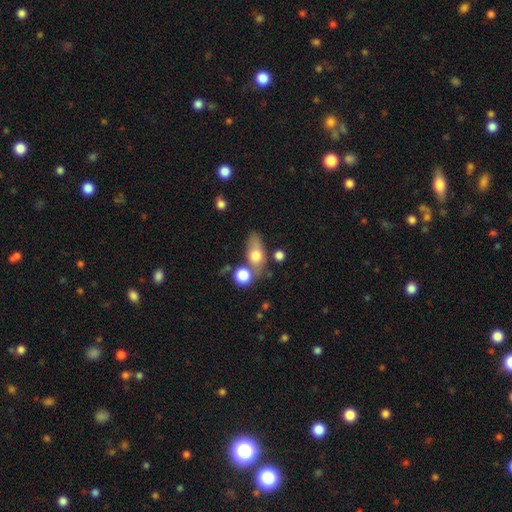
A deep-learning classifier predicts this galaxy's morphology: Q: Smooth or featured?
A: smooth (69%); runner-up: featured or disk (22%)
Q: How rounded?
A: in between (70%); runner-up: round (19%)
Q: Merging?
A: none (45%); runner-up: merger (25%)